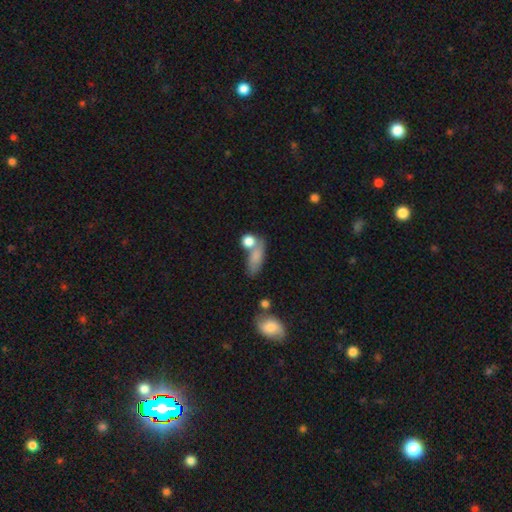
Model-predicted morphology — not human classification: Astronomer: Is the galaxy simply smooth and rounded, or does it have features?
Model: smooth — 77%.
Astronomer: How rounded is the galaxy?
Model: in between — 65%.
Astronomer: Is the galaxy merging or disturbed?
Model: none — 43% (runner-up: merger, 29%).